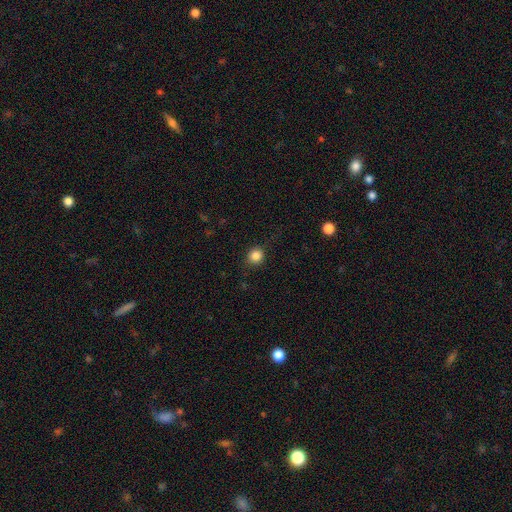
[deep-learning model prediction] This is clearly a smooth galaxy (85%). How rounded: clearly round (85%). Merging: clearly none (84%).